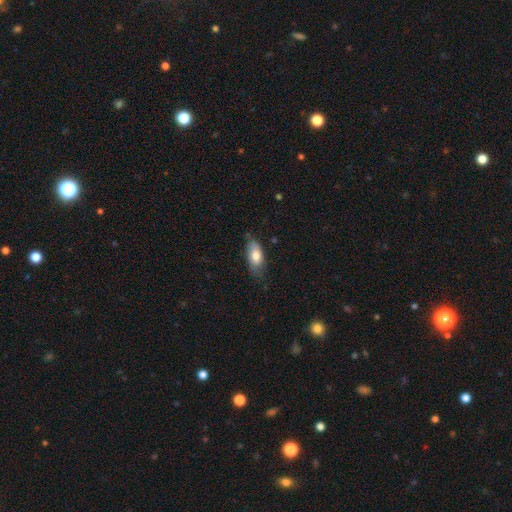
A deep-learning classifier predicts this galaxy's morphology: The model was most divided on "merging": none: 67%, minor disturbance: 27%, major disturbance: 5%, merger: 1%. More confident: how rounded — in between (87%); smooth or featured — smooth (75%).